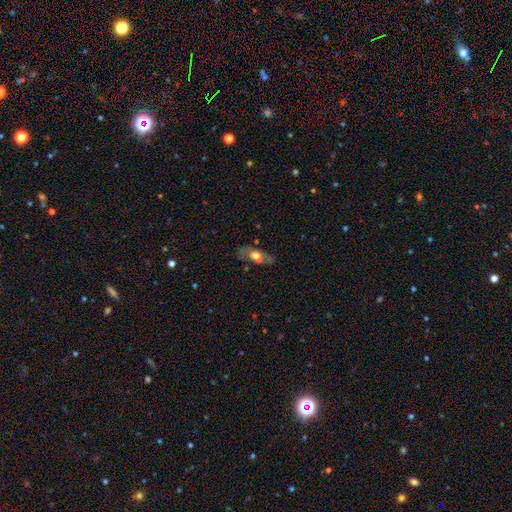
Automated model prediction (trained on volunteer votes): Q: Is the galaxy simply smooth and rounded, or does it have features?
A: featured or disk — 48%.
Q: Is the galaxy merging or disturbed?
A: none — 67%.